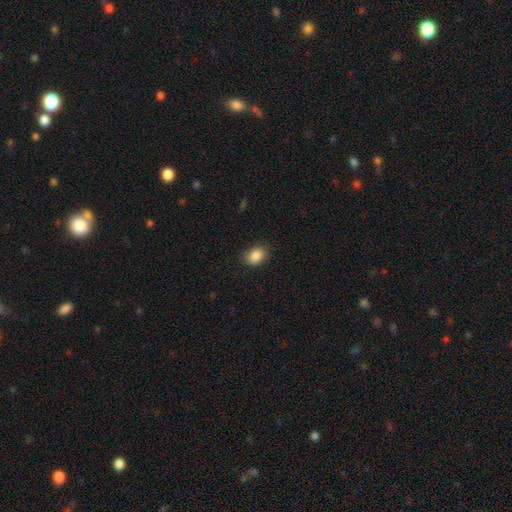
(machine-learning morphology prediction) smooth-or-featured: smooth: 87% | star or artifact: 8% | featured or disk: 4%
  how-rounded: in between: 69% | round: 30% | cigar-shaped: 1%
  merging: none: 82% | minor disturbance: 14% | major disturbance: 3% | merger: 1%